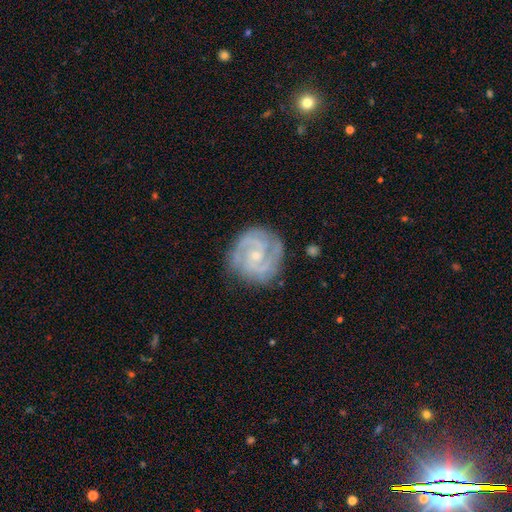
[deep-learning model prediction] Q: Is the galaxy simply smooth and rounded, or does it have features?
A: featured or disk — 89%.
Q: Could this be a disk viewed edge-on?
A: no — 98%.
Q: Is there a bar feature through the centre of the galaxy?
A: no — 61%.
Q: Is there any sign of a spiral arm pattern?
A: yes — 98%.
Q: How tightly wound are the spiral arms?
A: tight — 60%.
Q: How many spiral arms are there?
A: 2 — 58%.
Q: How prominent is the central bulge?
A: small — 76%.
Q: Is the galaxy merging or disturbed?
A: none — 80%.